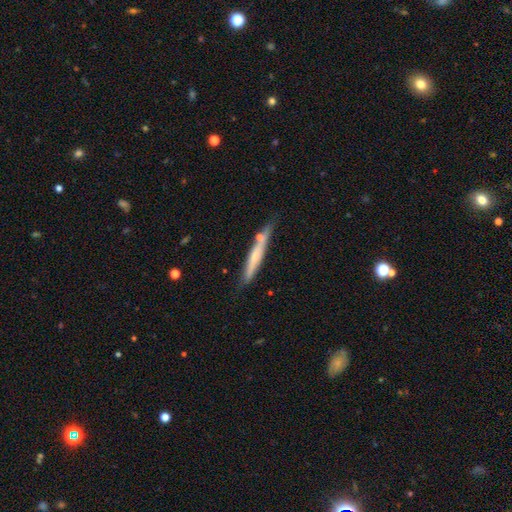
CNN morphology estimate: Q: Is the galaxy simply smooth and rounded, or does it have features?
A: smooth — 49%.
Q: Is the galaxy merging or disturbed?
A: none — 73%.